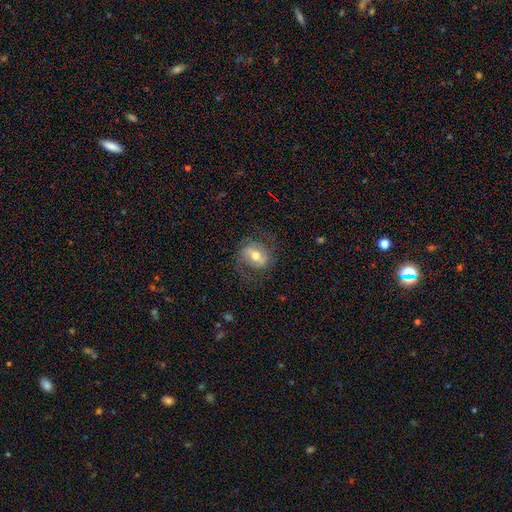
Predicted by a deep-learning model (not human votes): Q: Smooth or featured?
A: featured or disk (56%); runner-up: smooth (36%)
Q: Edge-on disk?
A: no (93%); runner-up: yes (7%)
Q: Bar?
A: strong (39%); tied with: weak (39%)
Q: Spiral arms?
A: yes (63%); runner-up: no (37%)
Q: Bulge size?
A: moderate (71%); runner-up: small (17%)
Q: Merging?
A: none (68%); runner-up: minor disturbance (17%)